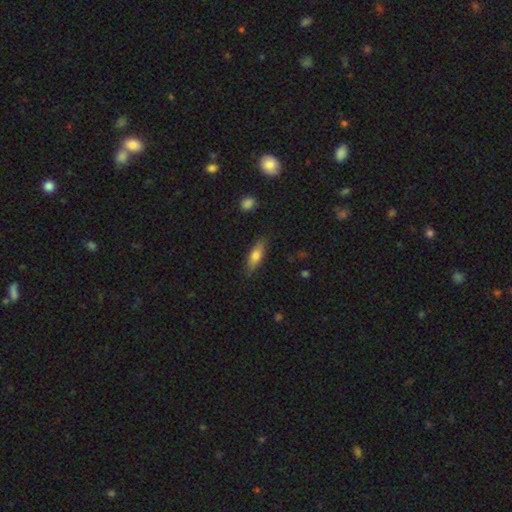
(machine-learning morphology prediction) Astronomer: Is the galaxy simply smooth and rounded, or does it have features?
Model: smooth — 74%.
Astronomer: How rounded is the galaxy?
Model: in between — 57% (runner-up: cigar-shaped, 40%).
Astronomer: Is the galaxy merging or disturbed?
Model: none — 84%.